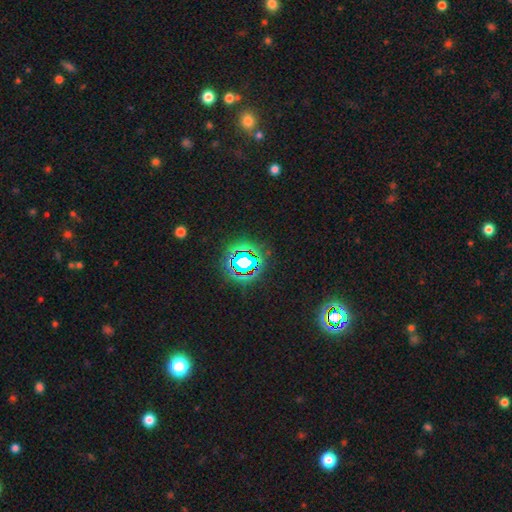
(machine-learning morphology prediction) Smooth or featured? Predicted: star or artifact (p=0.80).